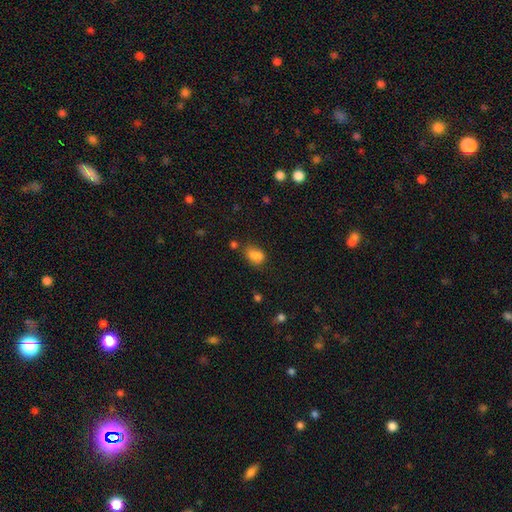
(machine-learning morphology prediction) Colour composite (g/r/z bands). It shows a smooth galaxy with no disk features (77%) that is in between round and cigar-shaped (73%). Merging: none (39%).